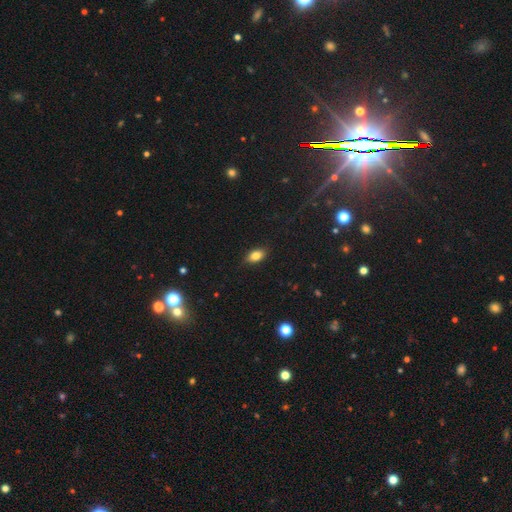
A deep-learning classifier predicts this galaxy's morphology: type=smooth (83%); roundness=in between (88%); merging=none (85%).